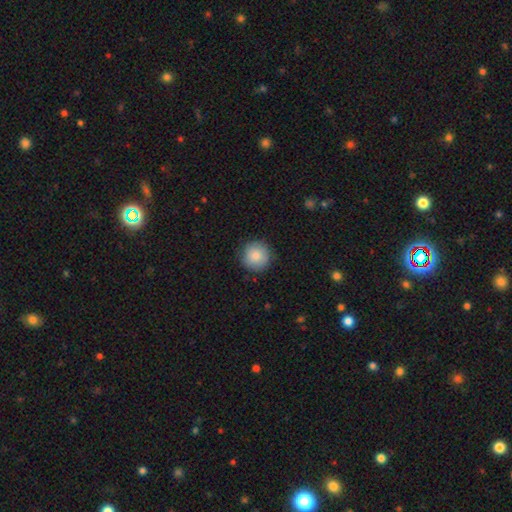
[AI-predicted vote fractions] Smooth or featured? smooth (84%)
How rounded? round (95%)
Merging? none (86%)